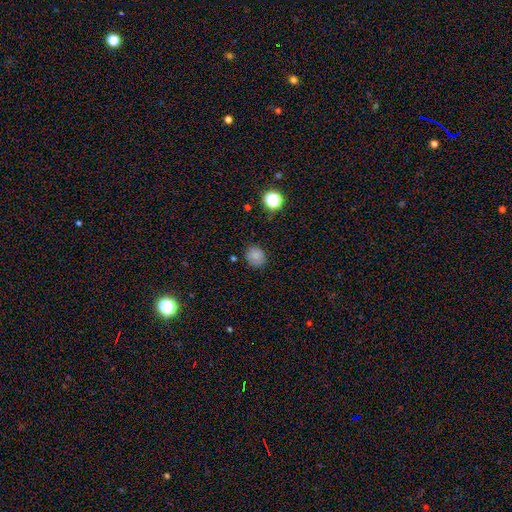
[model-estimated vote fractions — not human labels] The model was most divided on "how rounded": round: 67%, in between: 32%, cigar-shaped: 1%. More confident: merging — none (84%); smooth or featured — smooth (82%).